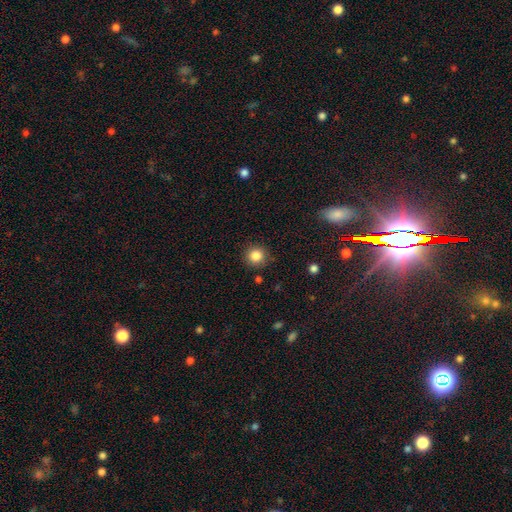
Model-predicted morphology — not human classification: Smooth or featured?
  - smooth: 85% *
  - star or artifact: 11%
  - featured or disk: 5%
How rounded?
  - round: 93% *
  - in between: 6%
  - cigar-shaped: 1%
Merging?
  - none: 89% *
  - minor disturbance: 7%
  - major disturbance: 2%
  - merger: 2%